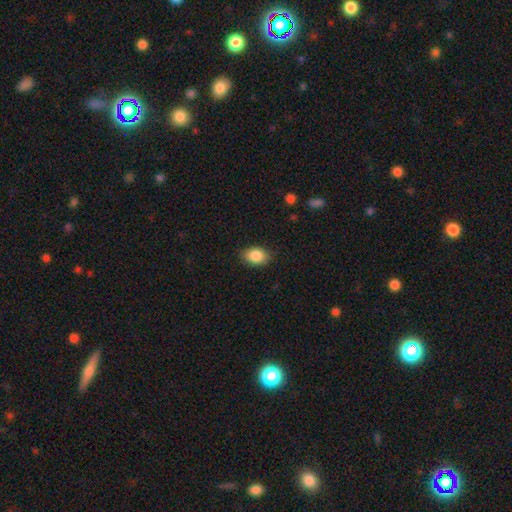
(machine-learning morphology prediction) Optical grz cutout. It shows a smooth galaxy with no disk features (87%) that is in between round and cigar-shaped (80%). Merging: none (84%).